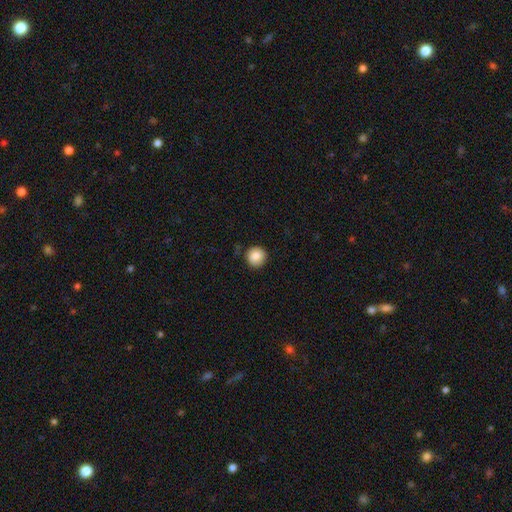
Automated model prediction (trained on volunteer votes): This appears to be a smooth galaxy with no disk features (84%) that is round (93%). Merging: none (88%).